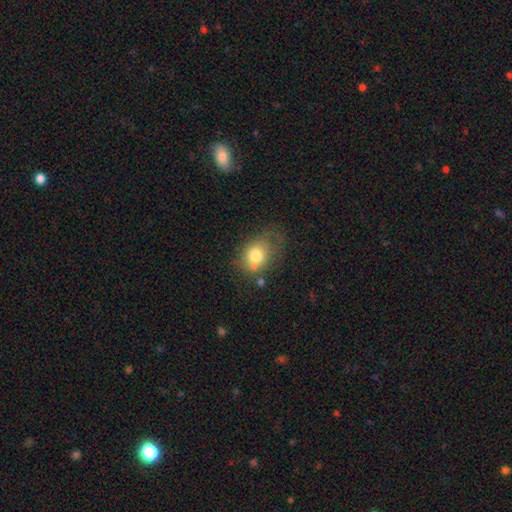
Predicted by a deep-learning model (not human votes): A smooth galaxy with no disk features (75%) that is in between round and cigar-shaped (53%).

Vote fractions:
- Smooth or featured? smooth: 75% / featured or disk: 15% / star or artifact: 10%
- How rounded? in between: 53% / round: 46% / cigar-shaped: 1%
- Merging? none: 42% / minor disturbance: 30% / major disturbance: 18% / merger: 10%